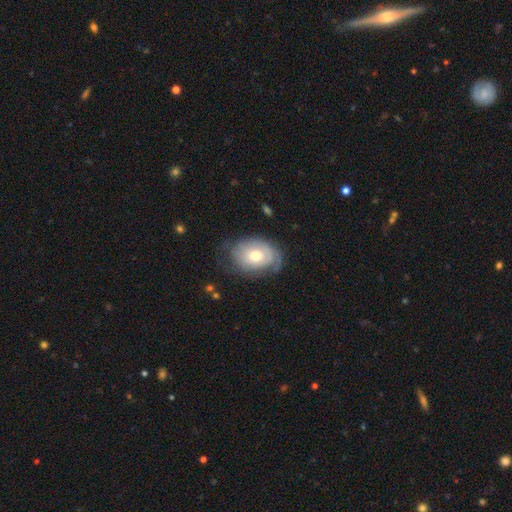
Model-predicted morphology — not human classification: Q: Smooth or featured?
A: smooth (51%); runner-up: featured or disk (42%)
Q: How rounded?
A: in between (67%); runner-up: round (32%)
Q: Merging?
A: none (62%); runner-up: minor disturbance (26%)